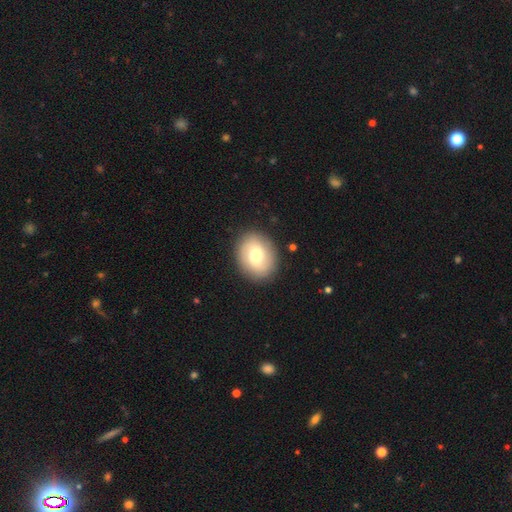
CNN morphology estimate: This is possibly a smooth galaxy (59%). How rounded: possibly round (54%). Merging: clearly none (87%).